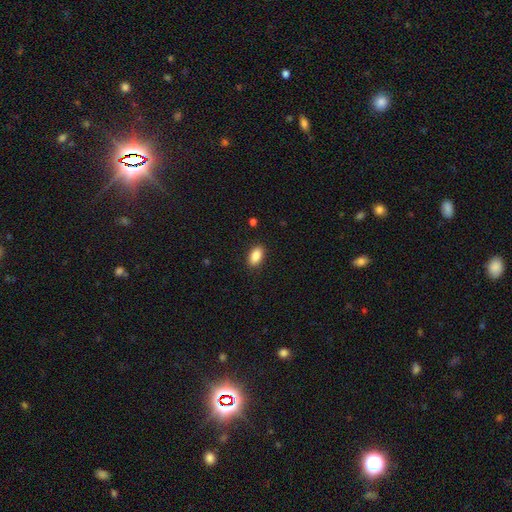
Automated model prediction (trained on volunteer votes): The model was most divided on "merging": none: 88%, minor disturbance: 8%, major disturbance: 2%, merger: 1%. More confident: how rounded — in between (92%); smooth or featured — smooth (88%).